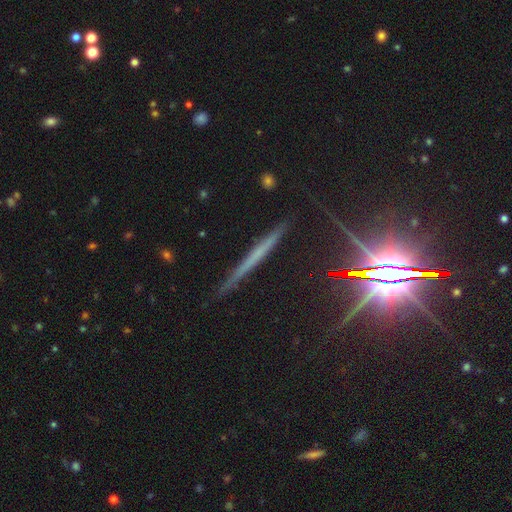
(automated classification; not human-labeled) Smooth or featured? featured or disk (52%)
Edge-on disk? yes (95%)
Merging? none (85%)